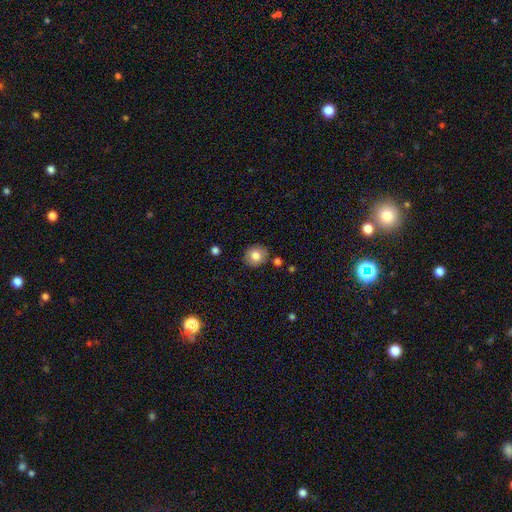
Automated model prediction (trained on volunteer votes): Morphology: type=smooth (81%); roundness=round (82%); merging=none (83%).